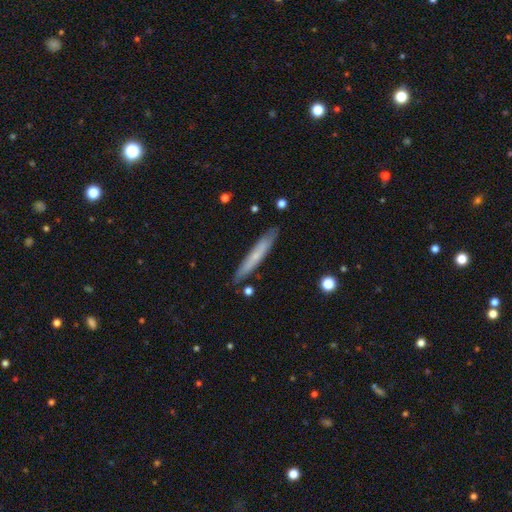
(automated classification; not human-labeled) Overall: smooth (56%; featured or disk 38%). How rounded: cigar-shaped (95%). Merging: none (86%).